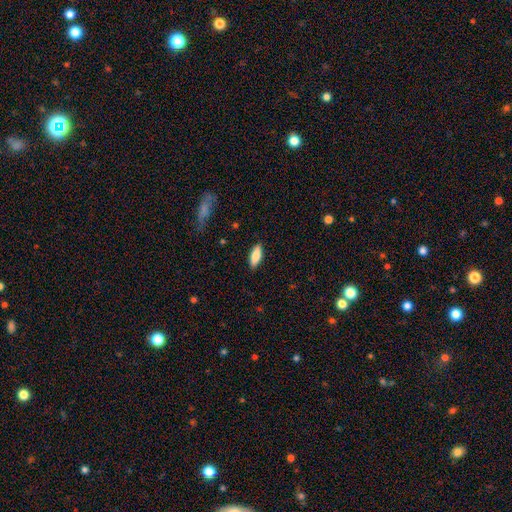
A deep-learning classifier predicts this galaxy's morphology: This is clearly a smooth galaxy (81%). How rounded: likely in between (66%). Merging: clearly none (87%).